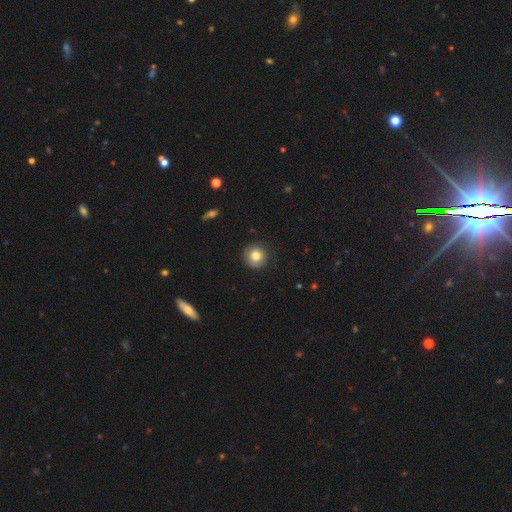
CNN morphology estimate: type=smooth (81%); roundness=round (93%); merging=none (84%).